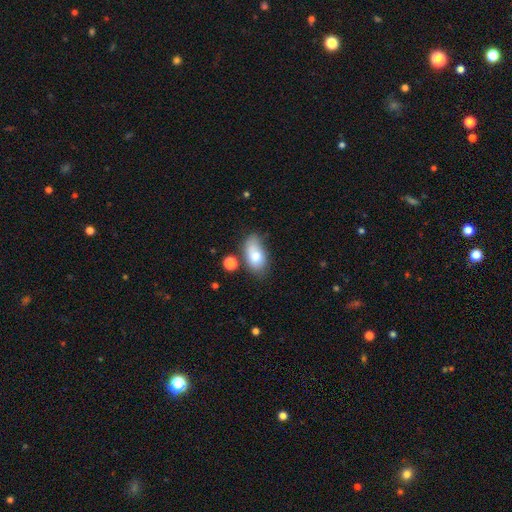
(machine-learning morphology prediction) Smooth or featured?
  - smooth: 76% *
  - featured or disk: 16%
  - star or artifact: 8%
How rounded?
  - in between: 91% *
  - round: 6%
  - cigar-shaped: 3%
Merging?
  - none: 57% *
  - minor disturbance: 26%
  - merger: 9%
  - major disturbance: 8%